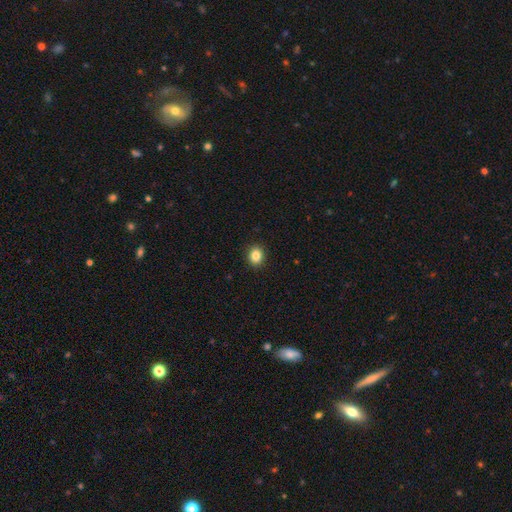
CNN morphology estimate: A smooth galaxy with no disk features (85%) that is round (62%). Merging: none (92%).